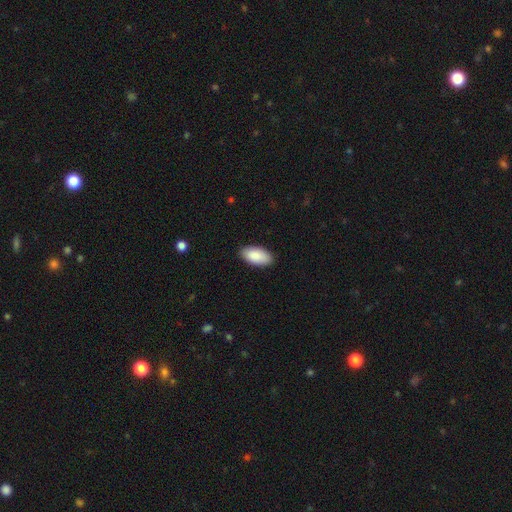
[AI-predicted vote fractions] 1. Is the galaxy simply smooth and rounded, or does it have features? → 89% smooth, 6% star or artifact, 5% featured or disk.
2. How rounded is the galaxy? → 94% in between, 4% cigar-shaped, 2% round.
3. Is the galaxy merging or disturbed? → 88% none, 9% minor disturbance, 2% major disturbance, 1% merger.